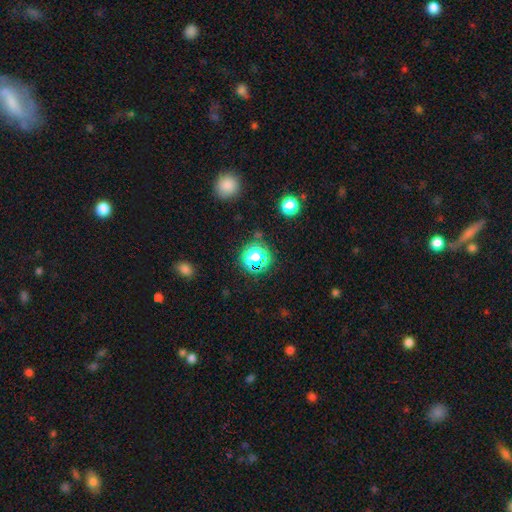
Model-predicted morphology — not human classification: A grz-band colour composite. It shows a star or artifact, not a galaxy (54%).